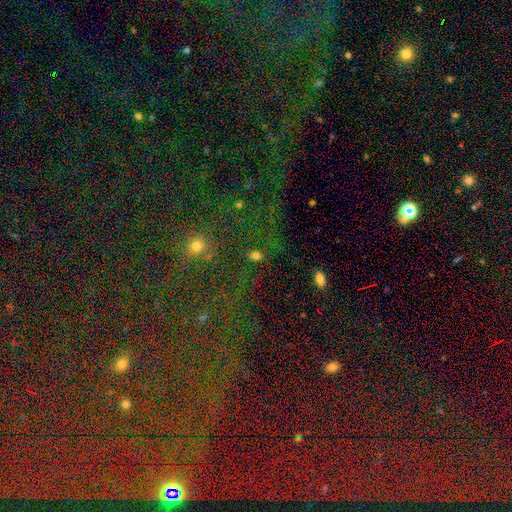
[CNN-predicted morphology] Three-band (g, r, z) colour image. It shows a smooth galaxy with no disk features (74%) that is in between round and cigar-shaped (62%). Merging: none (82%).